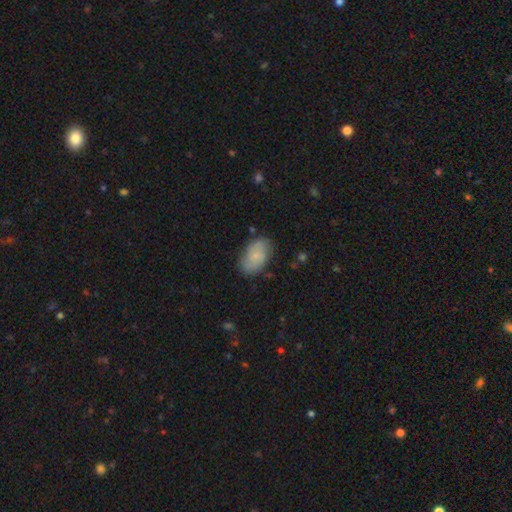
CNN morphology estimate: Smooth or featured: smooth — 72% (featured or disk — 21%)
How rounded: in between — 92% (round — 7%)
Merging: none — 77% (minor disturbance — 17%)